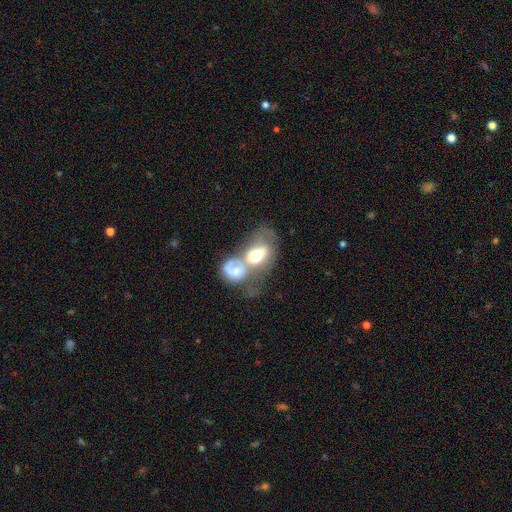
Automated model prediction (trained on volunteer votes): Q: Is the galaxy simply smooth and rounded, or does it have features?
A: smooth — 48%.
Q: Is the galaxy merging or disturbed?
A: merger — 71%.